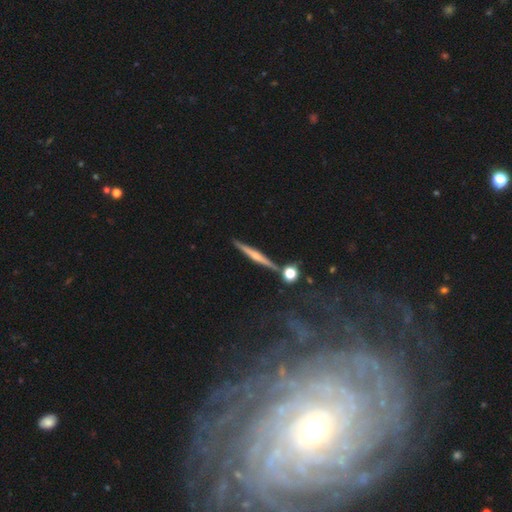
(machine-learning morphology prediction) A featured or disk galaxy (57%) viewed edge-on (96%) with a rounded central bulge (58%).

Vote fractions:
- Smooth or featured? featured or disk: 57% / smooth: 35% / star or artifact: 8%
- Edge-on disk? yes: 96% / no: 4%
- Edge-on bulge? rounded: 58% / none: 31% / boxy: 11%
- Merging? none: 85% / minor disturbance: 8% / merger: 5% / major disturbance: 2%